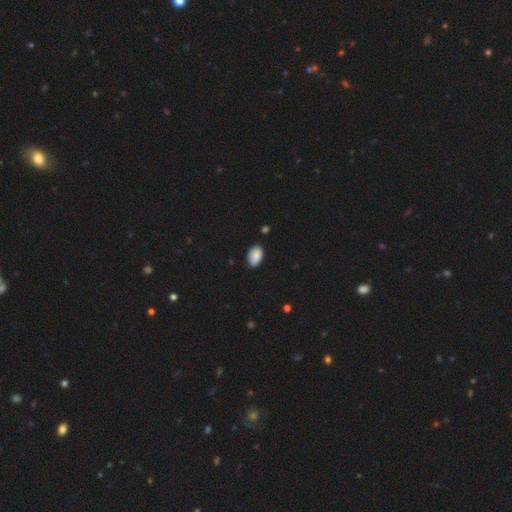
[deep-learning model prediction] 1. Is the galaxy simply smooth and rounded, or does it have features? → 88% smooth, 7% star or artifact, 5% featured or disk.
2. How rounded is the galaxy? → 91% in between, 7% round, 1% cigar-shaped.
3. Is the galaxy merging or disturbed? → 84% none, 13% minor disturbance, 2% major disturbance, 1% merger.